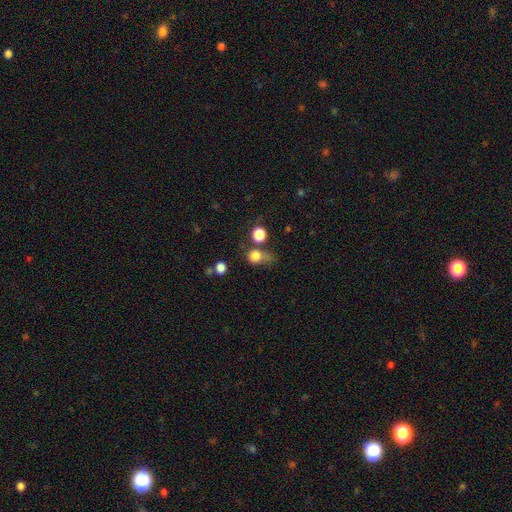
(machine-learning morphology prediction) Smooth or featured? Predicted: smooth (p=0.79). How rounded? Predicted: round (p=0.71). Merging? Predicted: none (p=0.39).